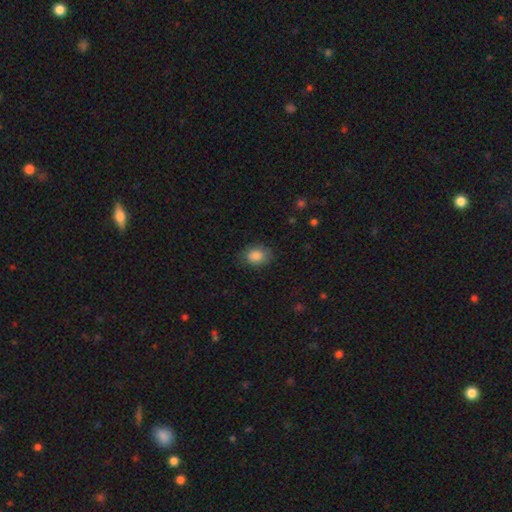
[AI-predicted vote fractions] smooth_or_featured: smooth (p=0.87) [alt: star or artifact p=0.08]
how_rounded: in between (p=0.57) [alt: round p=0.42]
merging: none (p=0.80) [alt: minor disturbance p=0.15]